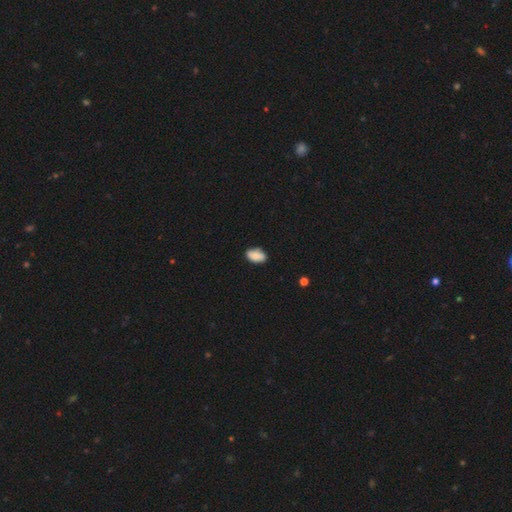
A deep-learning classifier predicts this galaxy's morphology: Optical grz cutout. It shows a smooth galaxy with no disk features (86%) that is in between round and cigar-shaped (92%). Merging: none (77%).